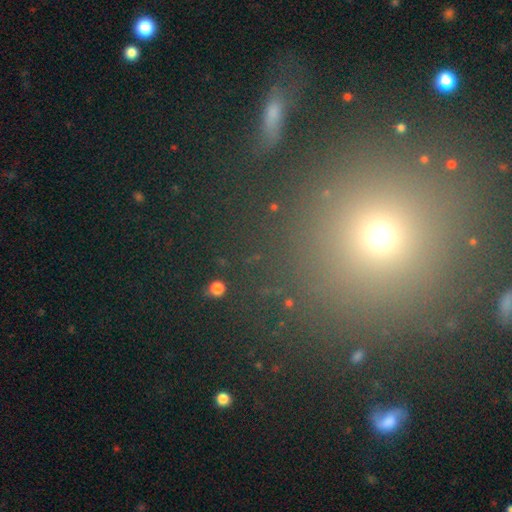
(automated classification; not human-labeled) A smooth galaxy with no disk features (50%) that is round (89%).

Vote fractions:
- Smooth or featured? smooth: 50% / star or artifact: 40% / featured or disk: 9%
- How rounded? round: 89% / in between: 9% / cigar-shaped: 2%
- Merging? none: 84% / minor disturbance: 7% / merger: 5% / major disturbance: 4%